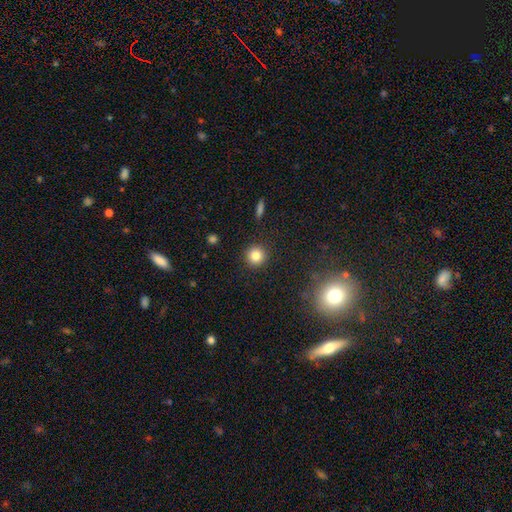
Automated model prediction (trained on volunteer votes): smooth-or-featured: smooth: 82% | star or artifact: 11% | featured or disk: 6%
  how-rounded: round: 94% | in between: 5% | cigar-shaped: 1%
  merging: none: 92% | minor disturbance: 5% | major disturbance: 2% | merger: 1%